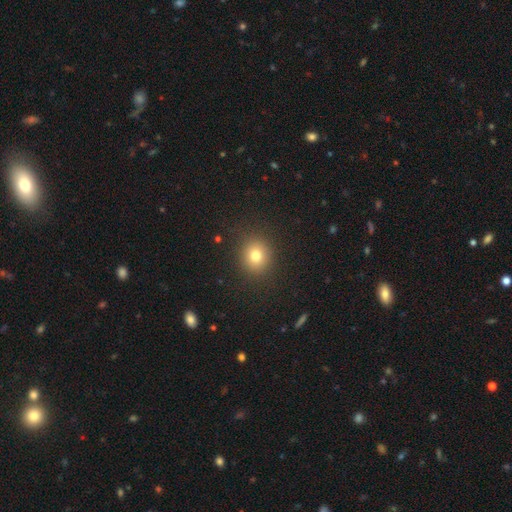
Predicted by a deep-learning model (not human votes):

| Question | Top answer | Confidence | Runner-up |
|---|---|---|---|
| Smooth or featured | smooth | 78% | star or artifact (13%) |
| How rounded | round | 81% | in between (18%) |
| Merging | none | 89% | minor disturbance (7%) |